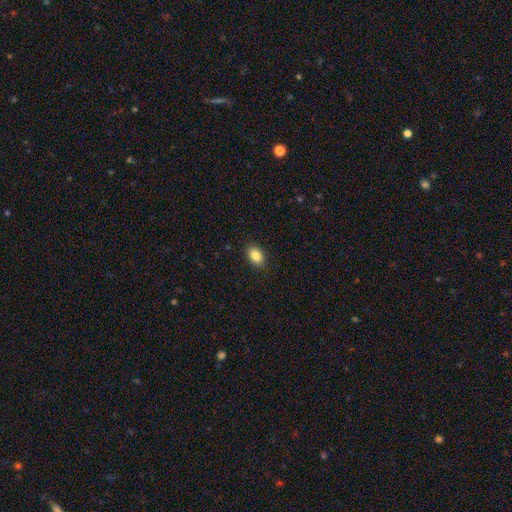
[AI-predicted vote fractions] smooth 85%, star or artifact 9%, featured or disk 6%. Down the decision tree: how rounded — in between (83%); merging — none (89%).